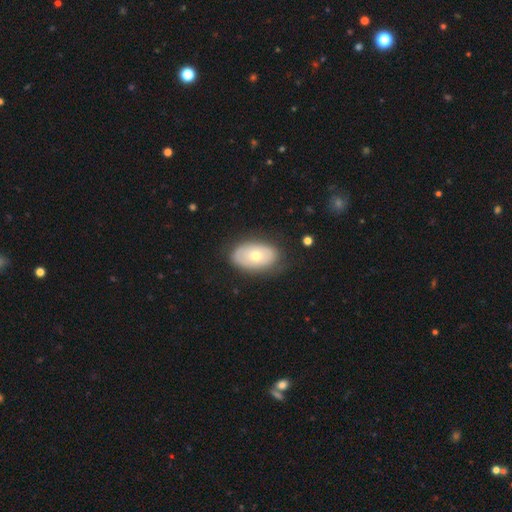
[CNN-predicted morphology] This is possibly a smooth galaxy (55%). How rounded: clearly in between (89%). Merging: likely none (78%).